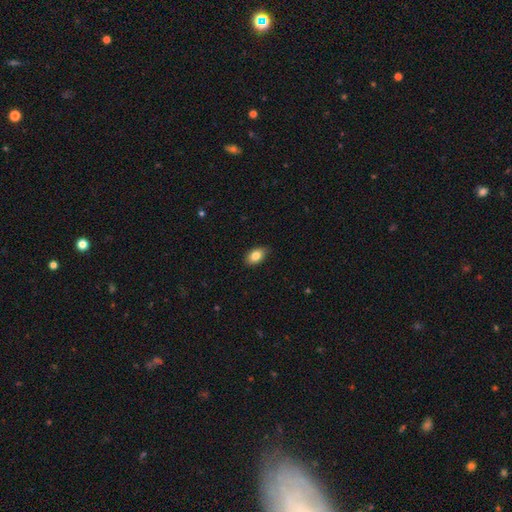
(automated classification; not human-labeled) Overall: smooth (83%). How rounded: in between (88%). Merging: none (83%).